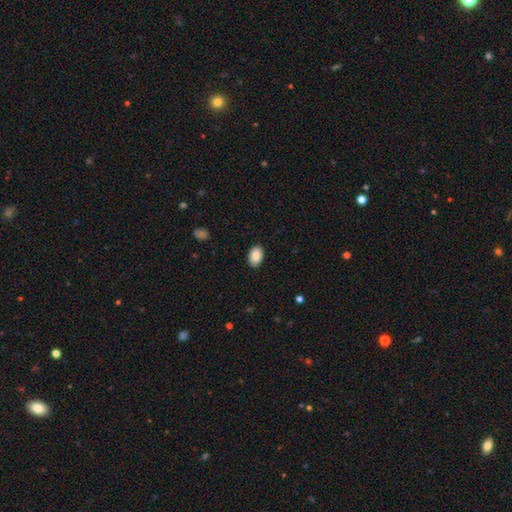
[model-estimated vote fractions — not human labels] smooth_or_featured: smooth (p=0.88) [alt: star or artifact p=0.07]
how_rounded: in between (p=0.88) [alt: round p=0.11]
merging: none (p=0.89) [alt: minor disturbance p=0.08]